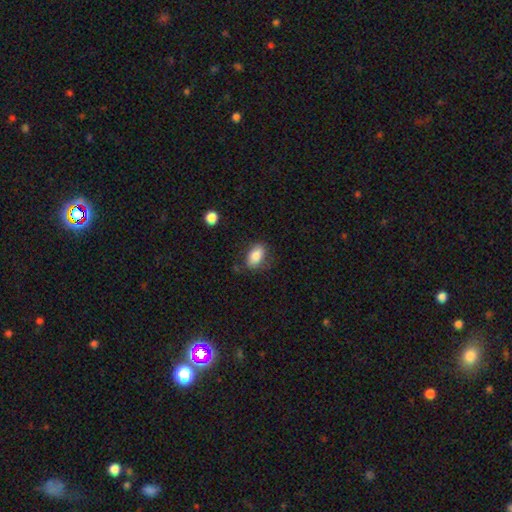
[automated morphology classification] smooth-or-featured: smooth: 82% | featured or disk: 11% | star or artifact: 7%
  how-rounded: in between: 89% | round: 8% | cigar-shaped: 3%
  merging: none: 75% | minor disturbance: 18% | major disturbance: 5% | merger: 2%